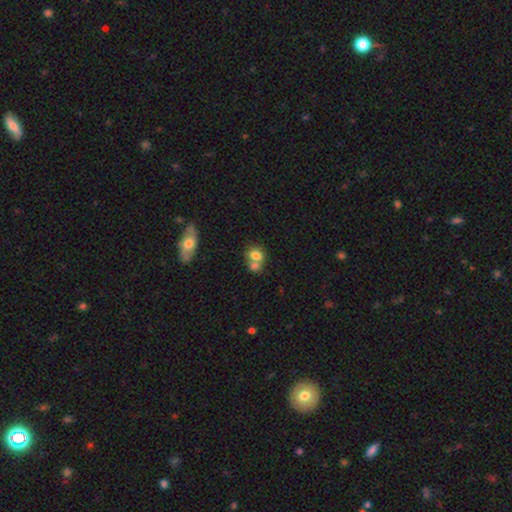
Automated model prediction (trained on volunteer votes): Q: Smooth or featured?
A: smooth (76%); runner-up: featured or disk (15%)
Q: How rounded?
A: round (50%); runner-up: in between (49%)
Q: Merging?
A: merger (54%); runner-up: none (33%)